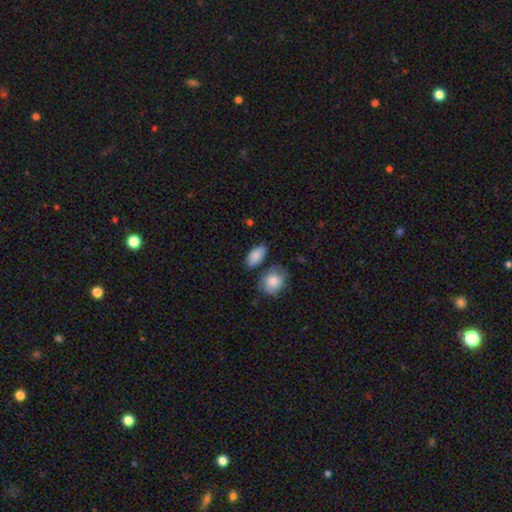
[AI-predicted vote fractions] Smooth or featured?
  - smooth: 86% *
  - featured or disk: 7%
  - star or artifact: 7%
How rounded?
  - in between: 91% *
  - round: 5%
  - cigar-shaped: 4%
Merging?
  - none: 68% *
  - minor disturbance: 17%
  - merger: 10%
  - major disturbance: 4%